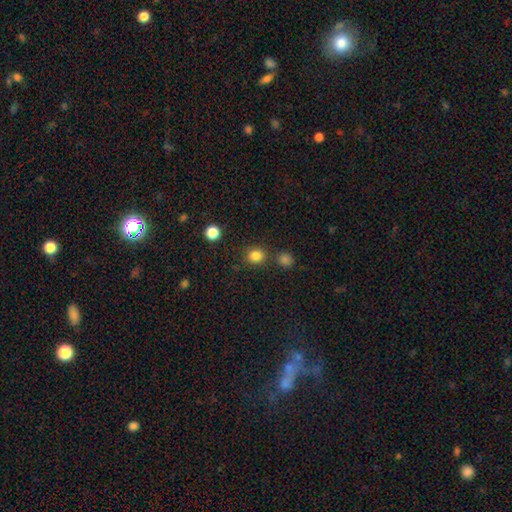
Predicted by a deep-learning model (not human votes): Smooth or featured?
  - smooth: 82% *
  - star or artifact: 13%
  - featured or disk: 4%
How rounded?
  - round: 82% *
  - in between: 17%
  - cigar-shaped: 1%
Merging?
  - none: 81% *
  - minor disturbance: 8%
  - merger: 7%
  - major disturbance: 3%